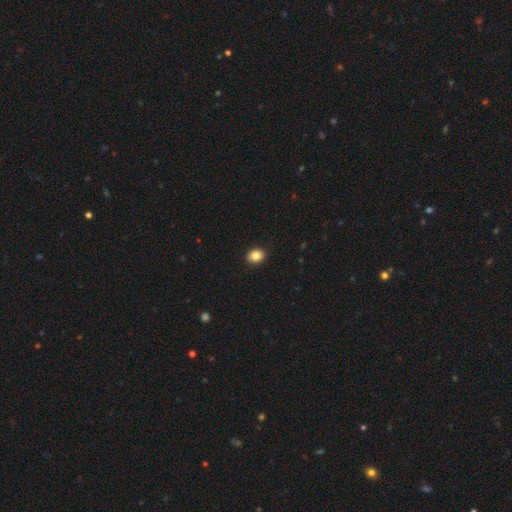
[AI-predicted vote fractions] smooth 86%, star or artifact 9%, featured or disk 5%. Down the decision tree: how rounded — in between (54%); merging — none (91%).